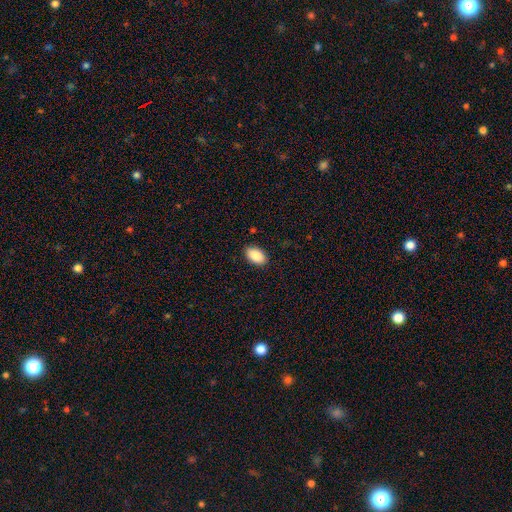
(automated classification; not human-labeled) Q: Smooth or featured?
A: smooth (89%); runner-up: star or artifact (7%)
Q: How rounded?
A: in between (93%); runner-up: round (6%)
Q: Merging?
A: none (88%); runner-up: minor disturbance (9%)